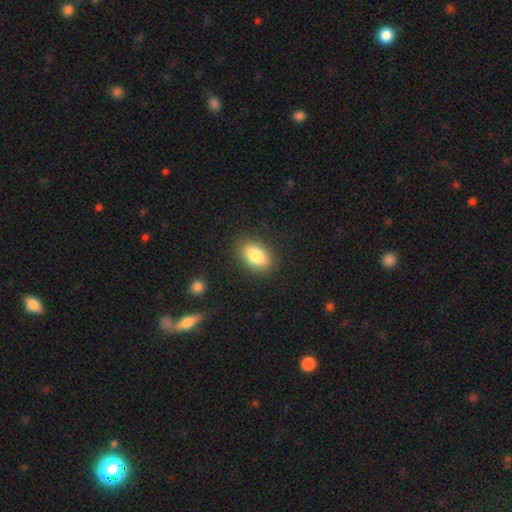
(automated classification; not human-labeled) Overall: smooth (83%). How rounded: in between (88%). Merging: none (87%).